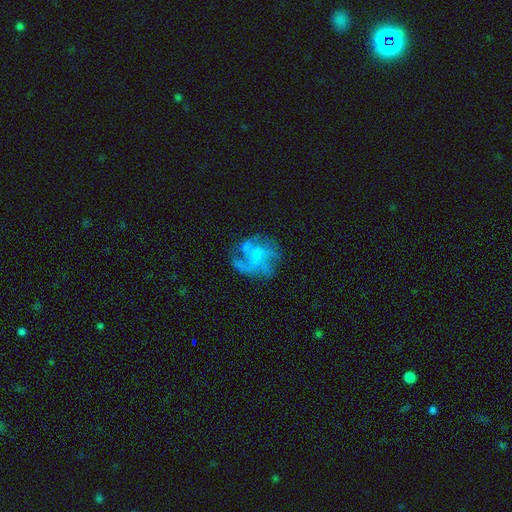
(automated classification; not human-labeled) A featured or disk galaxy (67%) with no bar (71%), spiral arms (68%) and no central bulge (53%). Merging: none (49%).